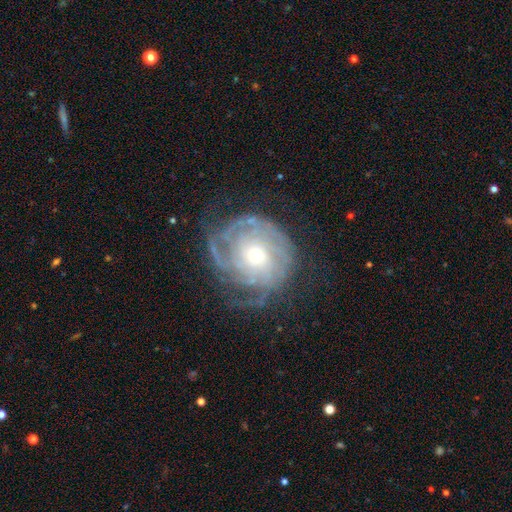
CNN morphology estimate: The model was most divided on "spiral arm count": can't tell: 36%, 3: 18%, 2: 16%, 4: 15%, more than 4: 9%, 1: 6%. More confident: edge-on disk — no (97%); spiral arms — yes (93%); smooth or featured — featured or disk (83%); bar — no (78%); spiral winding — tight (68%); merging — none (63%); bulge size — small (62%).